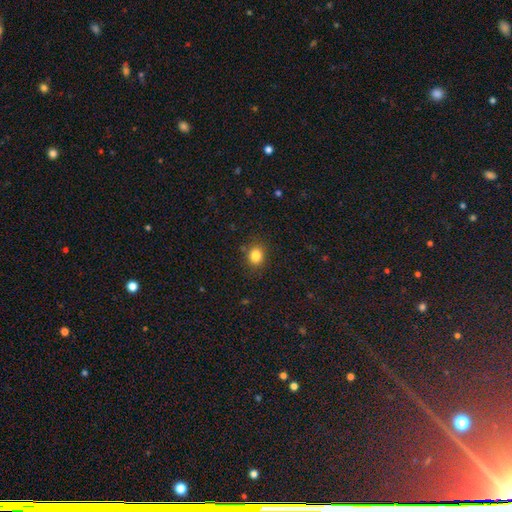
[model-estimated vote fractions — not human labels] Smooth or featured? smooth (83%)
How rounded? round (69%)
Merging? none (86%)